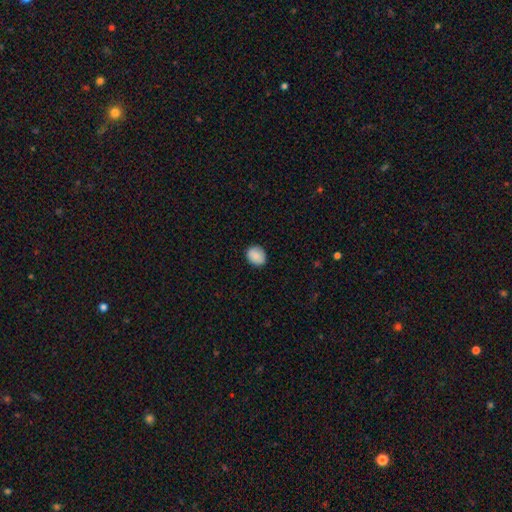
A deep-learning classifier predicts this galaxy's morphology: This is clearly a smooth galaxy (88%). How rounded: possibly round (59%). Merging: clearly none (88%).